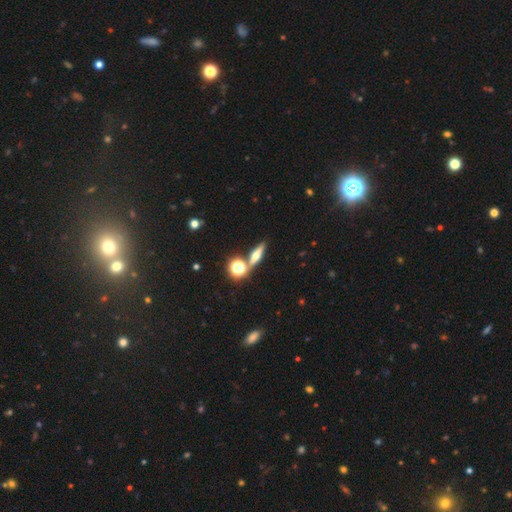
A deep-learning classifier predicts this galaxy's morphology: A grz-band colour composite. It shows a featured or disk galaxy (44%). Merging: none (76%).